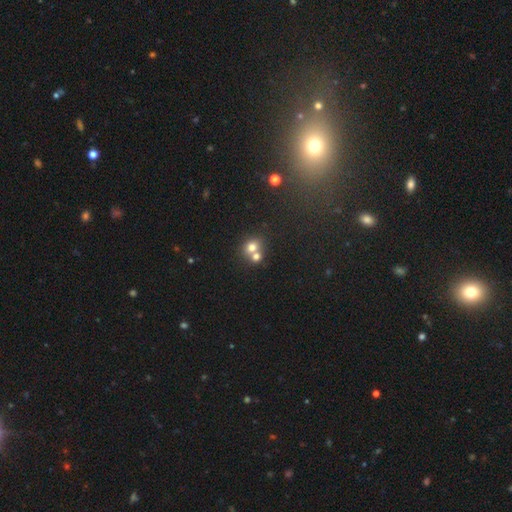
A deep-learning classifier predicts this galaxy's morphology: Smooth or featured: smooth — 72% (featured or disk — 15%)
How rounded: round — 72% (in between — 27%)
Merging: merger — 57% (none — 34%)